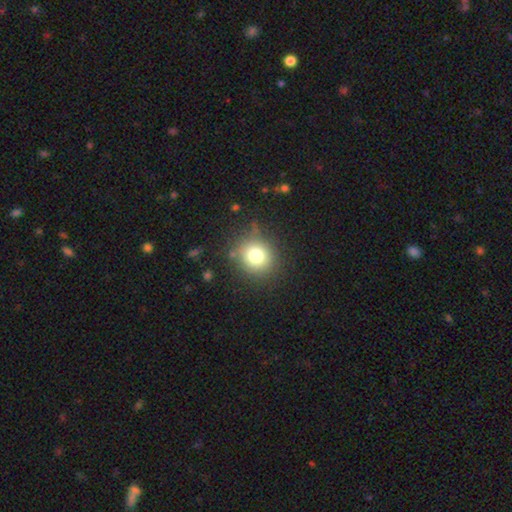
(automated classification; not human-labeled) Morphology: type=smooth (77%); roundness=round (87%); merging=none (83%).